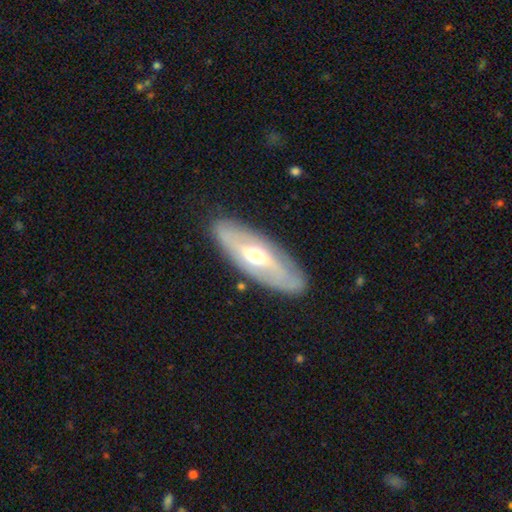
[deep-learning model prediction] The model was most divided on "bar": no: 47%, weak: 36%, strong: 17%. More confident: merging — none (85%); edge-on disk — no (76%); bulge size — moderate (73%); smooth or featured — featured or disk (68%); spiral arms — yes (57%).